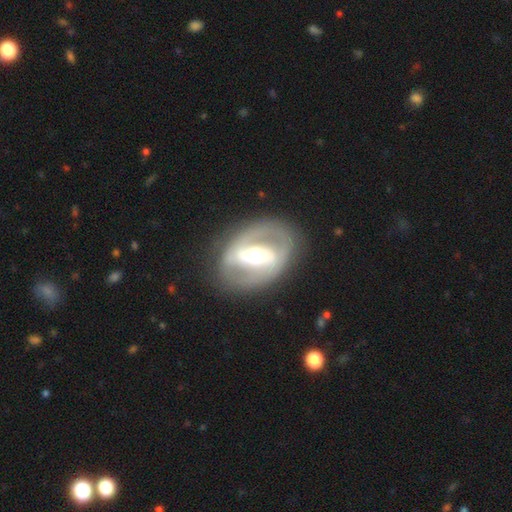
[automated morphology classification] Overall: featured or disk (78%). Edge-on disk: no (95%). Bar: strong (54%; weak 28%). Spiral arms: yes (59%; no 41%). Bulge size: moderate (66%). Merging: none (79%).